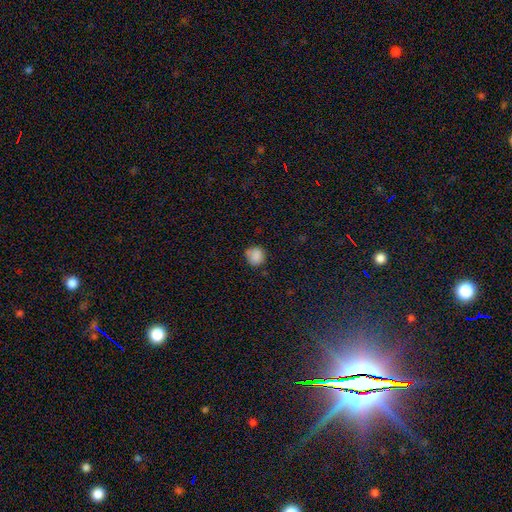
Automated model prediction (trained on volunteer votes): Q: Smooth or featured?
A: smooth (86%); runner-up: star or artifact (10%)
Q: How rounded?
A: round (87%); runner-up: in between (12%)
Q: Merging?
A: none (77%); runner-up: minor disturbance (18%)